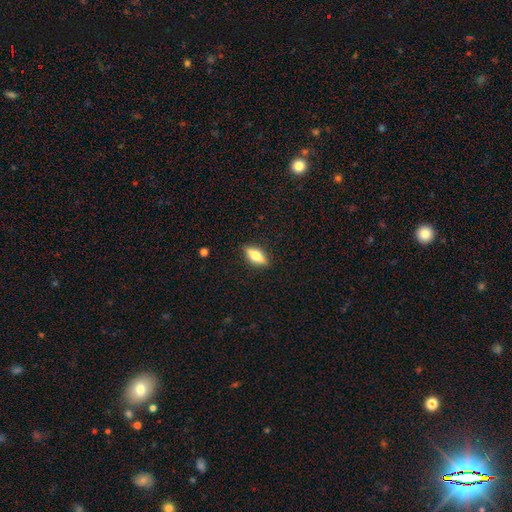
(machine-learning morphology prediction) Q: Smooth or featured?
A: smooth (63%); runner-up: featured or disk (30%)
Q: How rounded?
A: in between (66%); runner-up: cigar-shaped (30%)
Q: Merging?
A: none (87%); runner-up: minor disturbance (10%)